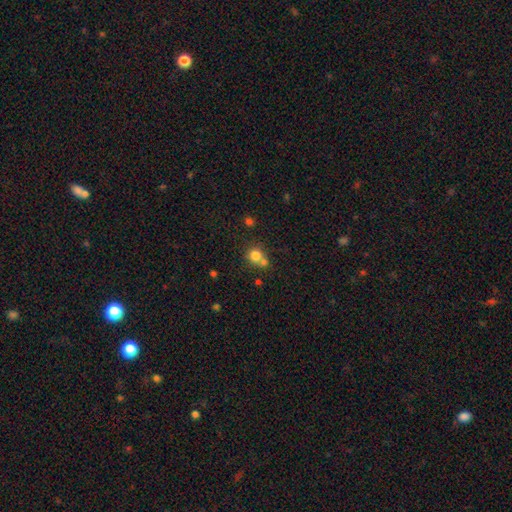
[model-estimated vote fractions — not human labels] A smooth galaxy with no disk features (78%) that is round (88%).

Vote fractions:
- Smooth or featured? smooth: 78% / star or artifact: 13% / featured or disk: 9%
- How rounded? round: 88% / in between: 11% / cigar-shaped: 1%
- Merging? none: 52% / merger: 37% / minor disturbance: 8% / major disturbance: 3%